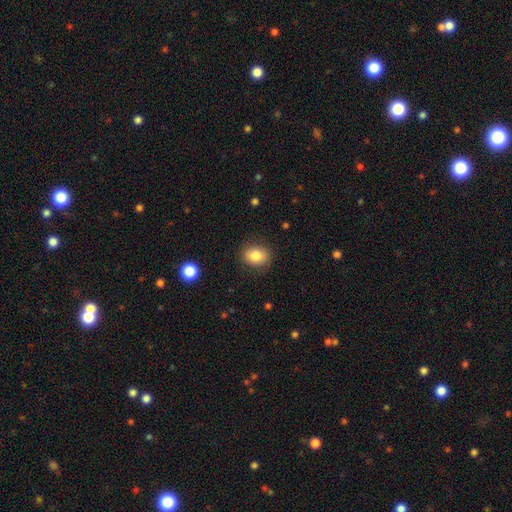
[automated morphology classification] smooth-or-featured: smooth: 83% | star or artifact: 9% | featured or disk: 8%
  how-rounded: in between: 50% | round: 49% | cigar-shaped: 1%
  merging: none: 85% | minor disturbance: 11% | major disturbance: 3% | merger: 1%